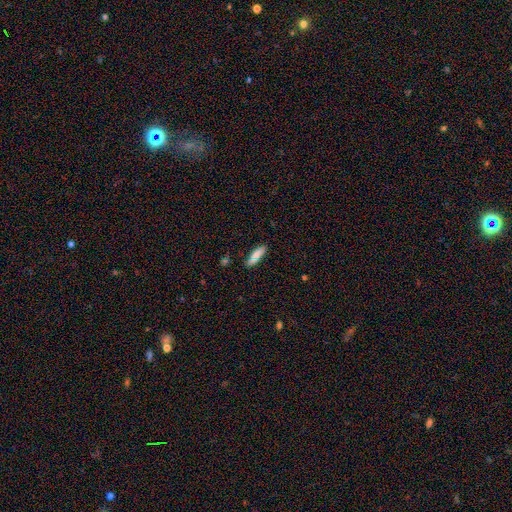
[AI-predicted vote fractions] Smooth or featured? Predicted: smooth (p=0.73). How rounded? Predicted: cigar-shaped (p=0.49). Merging? Predicted: none (p=0.81).